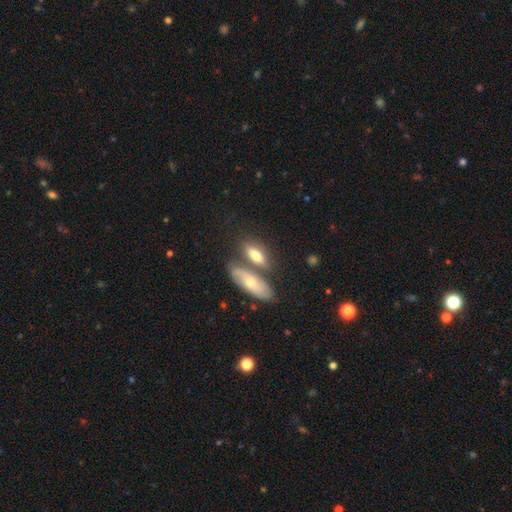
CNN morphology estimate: type=smooth (65%); roundness=in between (66%); merging=none (48%).